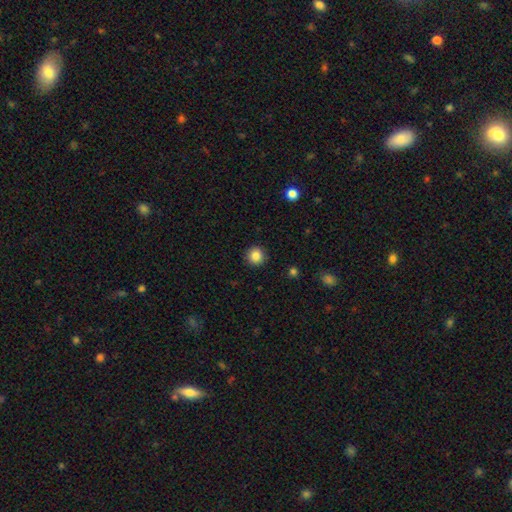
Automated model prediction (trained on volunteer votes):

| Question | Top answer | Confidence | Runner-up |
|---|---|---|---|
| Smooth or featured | smooth | 85% | star or artifact (10%) |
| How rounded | round | 94% | in between (5%) |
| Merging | none | 92% | minor disturbance (5%) |